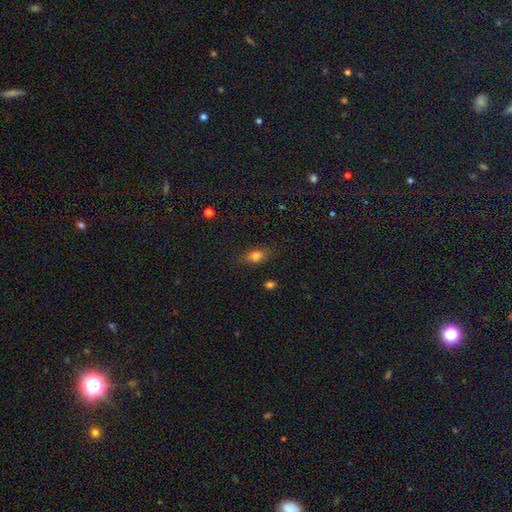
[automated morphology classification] smooth-or-featured: smooth: 77% | star or artifact: 13% | featured or disk: 10%
  how-rounded: in between: 80% | round: 14% | cigar-shaped: 7%
  merging: none: 77% | minor disturbance: 16% | major disturbance: 4% | merger: 3%